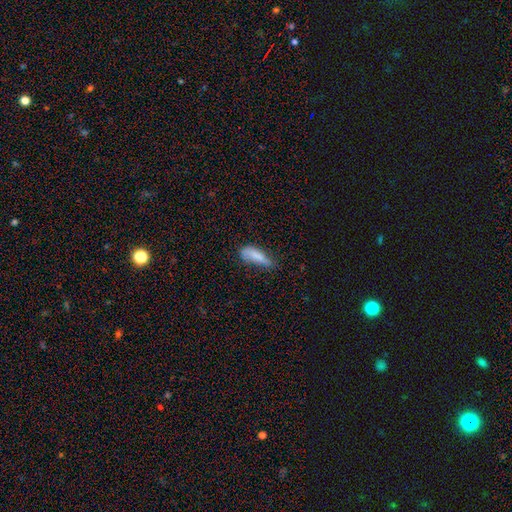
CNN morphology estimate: Overall: smooth (77%). How rounded: cigar-shaped (50%; in between 48%). Merging: none (40%; minor disturbance 39%).